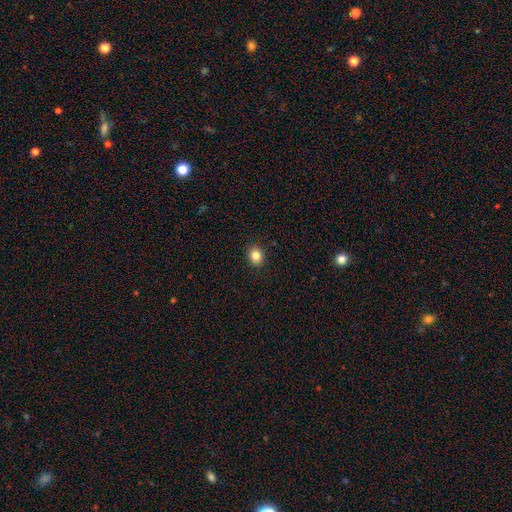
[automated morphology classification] smooth 84%, star or artifact 11%, featured or disk 6%. Down the decision tree: how rounded — round (64%); merging — none (91%).